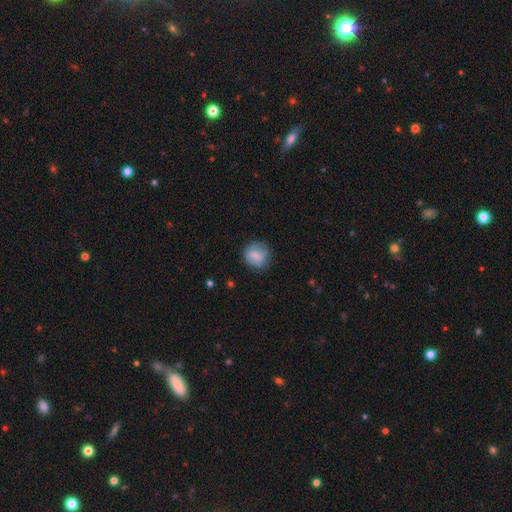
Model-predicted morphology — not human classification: smooth_or_featured: smooth (p=0.73) [alt: featured or disk p=0.19]
how_rounded: round (p=0.82) [alt: in between p=0.17]
merging: none (p=0.70) [alt: minor disturbance p=0.21]